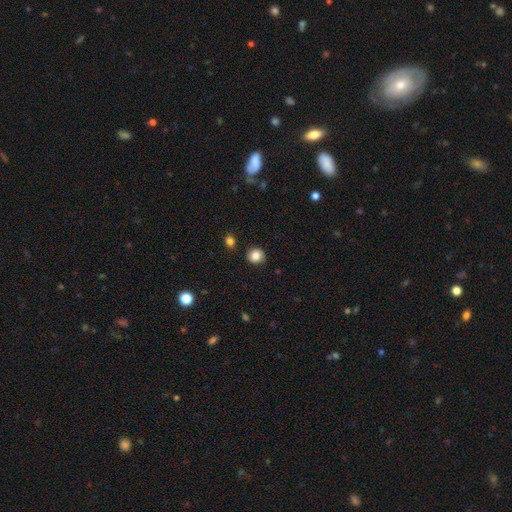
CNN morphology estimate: smooth-or-featured: smooth: 83% | star or artifact: 10% | featured or disk: 7%
  how-rounded: round: 87% | in between: 12% | cigar-shaped: 1%
  merging: none: 87% | minor disturbance: 9% | major disturbance: 2% | merger: 2%